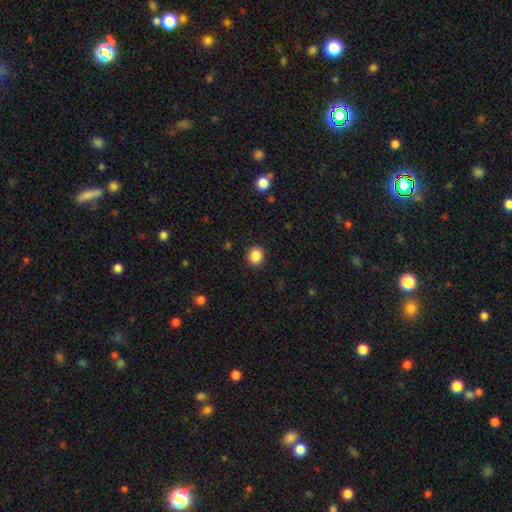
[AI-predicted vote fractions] This appears to be a smooth galaxy with no disk features (87%) that is round (69%). Merging: none (90%).